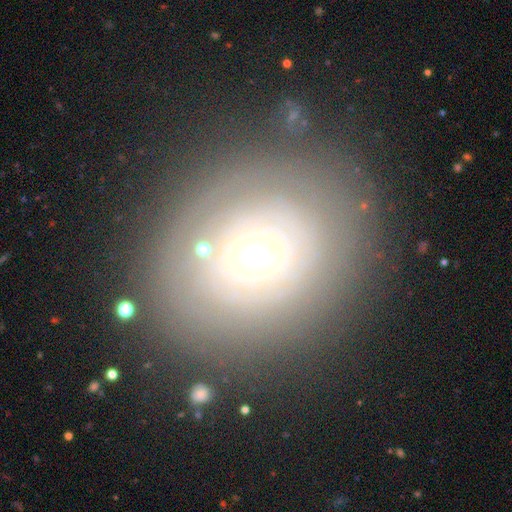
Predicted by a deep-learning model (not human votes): This appears to be a featured or disk galaxy (48%). Merging: none (76%).